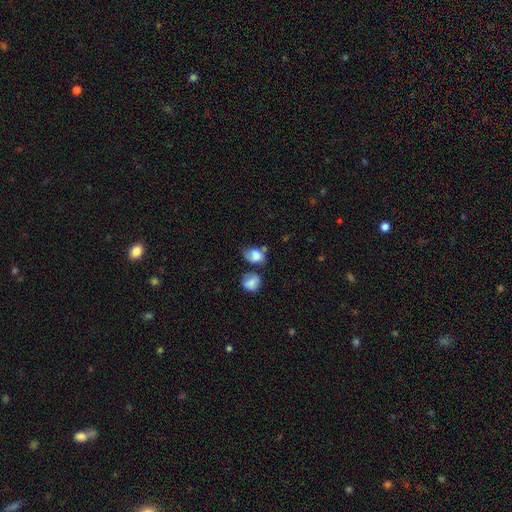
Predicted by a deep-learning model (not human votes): This appears to be a smooth galaxy with no disk features (78%) that is in between round and cigar-shaped (65%). Merging: none (34%).